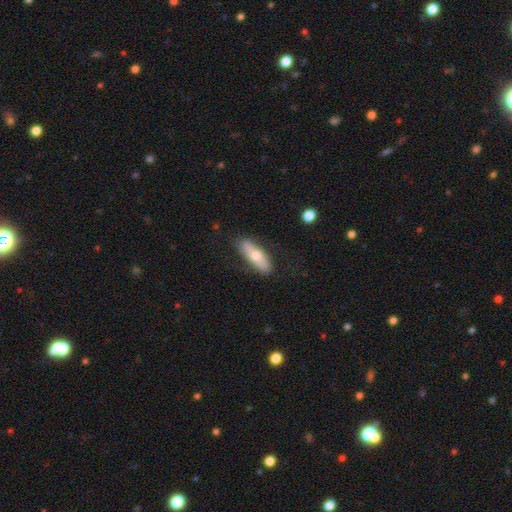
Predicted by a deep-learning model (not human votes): Smooth or featured? Predicted: smooth (p=0.61). How rounded? Predicted: in between (p=0.56). Merging? Predicted: none (p=0.83).